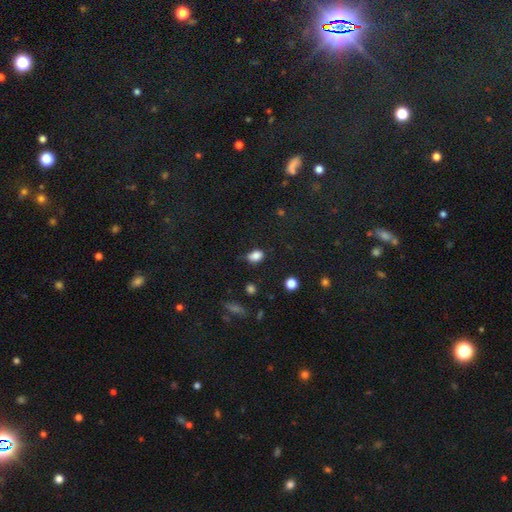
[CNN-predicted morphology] Smooth or featured: smooth — 84% (star or artifact — 10%)
How rounded: in between — 77% (round — 22%)
Merging: none — 57% (minor disturbance — 33%)